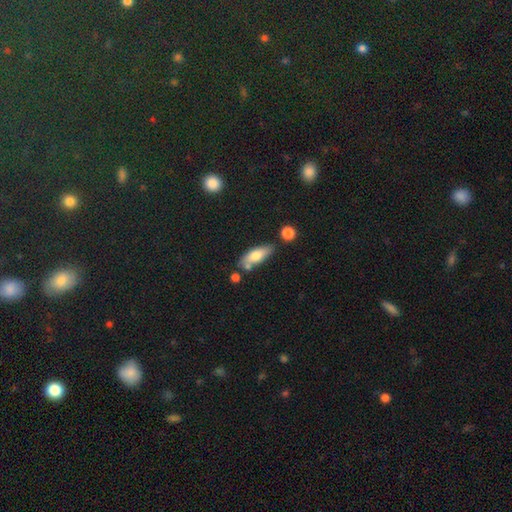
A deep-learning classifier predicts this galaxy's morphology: A smooth galaxy with no disk features (69%) that is in between round and cigar-shaped (69%).

Vote fractions:
- Smooth or featured? smooth: 69% / featured or disk: 24% / star or artifact: 7%
- How rounded? in between: 69% / cigar-shaped: 28% / round: 3%
- Merging? none: 68% / minor disturbance: 16% / merger: 12% / major disturbance: 4%